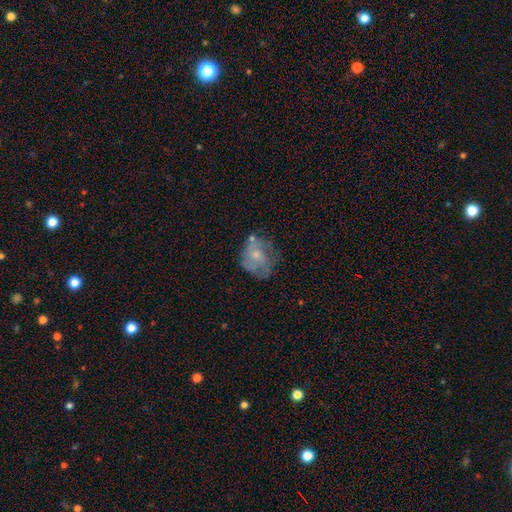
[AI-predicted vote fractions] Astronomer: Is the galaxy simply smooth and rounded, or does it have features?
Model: featured or disk — 48% (runner-up: smooth, 43%).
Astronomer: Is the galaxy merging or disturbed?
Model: none — 46% (runner-up: minor disturbance, 27%).